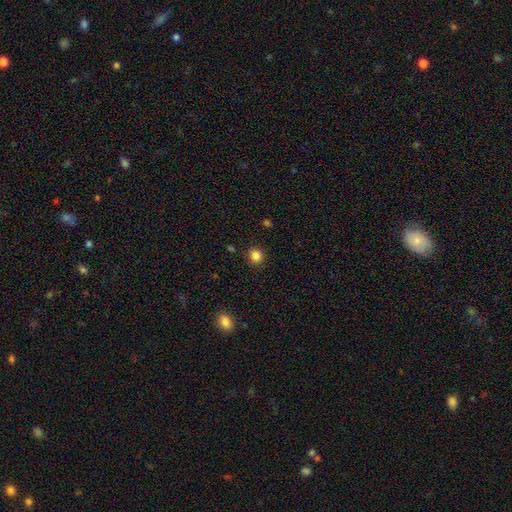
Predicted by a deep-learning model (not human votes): Overall: smooth (84%). How rounded: round (88%). Merging: none (90%).